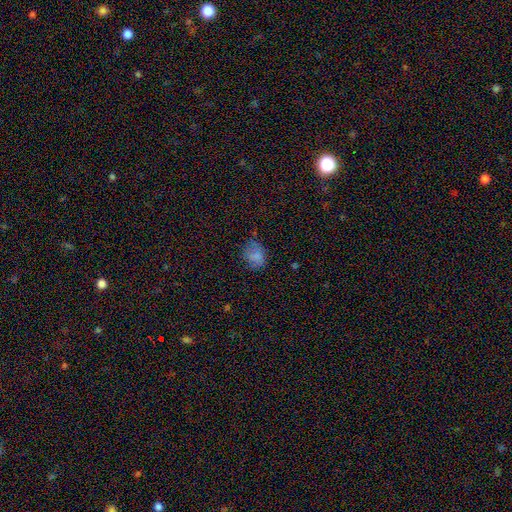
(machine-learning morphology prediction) Q: Smooth or featured?
A: smooth (74%); runner-up: star or artifact (14%)
Q: How rounded?
A: in between (55%); runner-up: round (44%)
Q: Merging?
A: none (64%); runner-up: minor disturbance (25%)